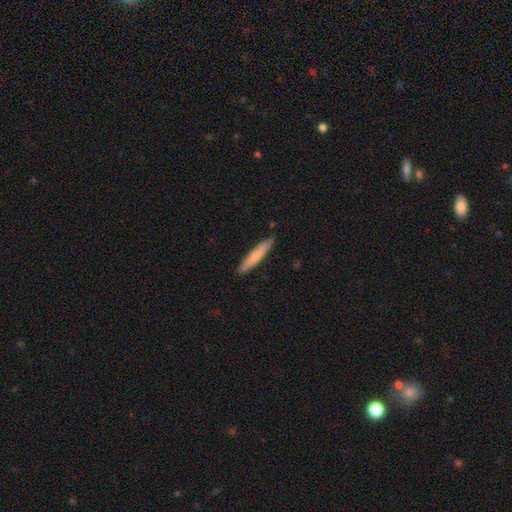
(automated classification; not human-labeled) Smooth or featured?
  - smooth: 72% *
  - featured or disk: 23%
  - star or artifact: 5%
How rounded?
  - cigar-shaped: 92% *
  - in between: 7%
  - round: 1%
Merging?
  - none: 89% *
  - minor disturbance: 8%
  - major disturbance: 1%
  - merger: 1%